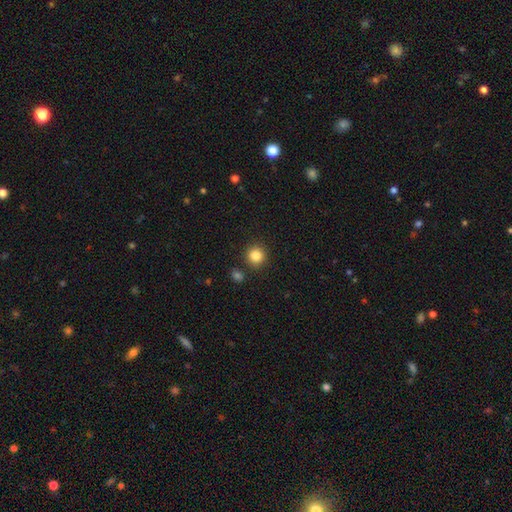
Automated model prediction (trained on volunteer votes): Q: Smooth or featured?
A: smooth (85%); runner-up: star or artifact (11%)
Q: How rounded?
A: round (92%); runner-up: in between (7%)
Q: Merging?
A: none (87%); runner-up: minor disturbance (7%)